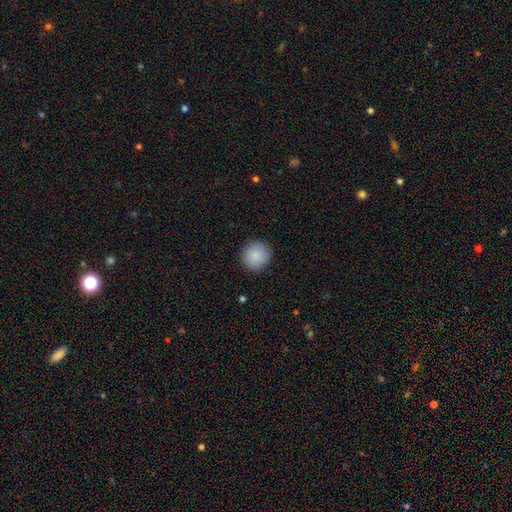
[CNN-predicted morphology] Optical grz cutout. It shows a smooth galaxy with no disk features (89%) that is round (92%). Merging: none (91%).